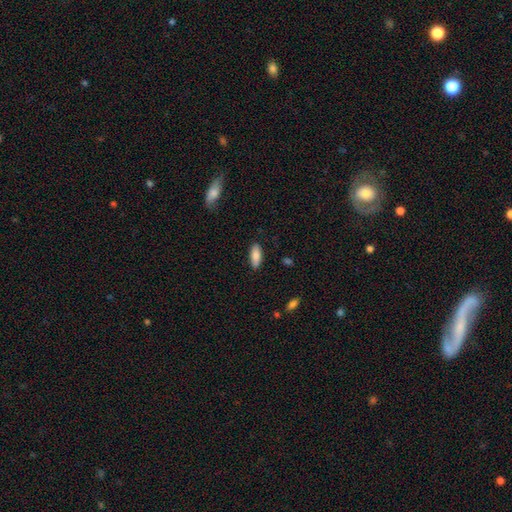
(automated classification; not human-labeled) Smooth or featured?
  - smooth: 85% *
  - featured or disk: 8%
  - star or artifact: 6%
How rounded?
  - in between: 74% *
  - cigar-shaped: 25%
  - round: 2%
Merging?
  - none: 86% *
  - minor disturbance: 11%
  - major disturbance: 2%
  - merger: 1%